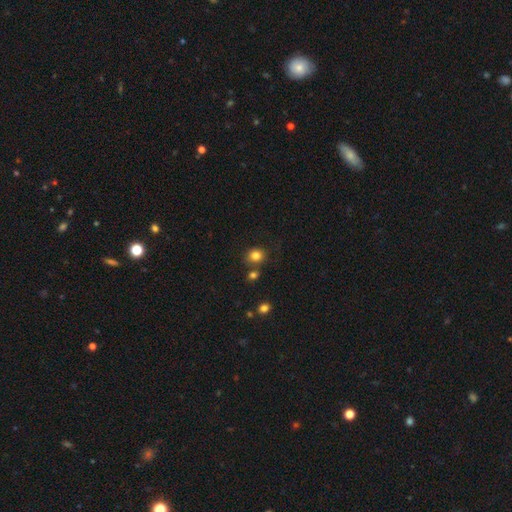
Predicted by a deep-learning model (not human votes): This appears to be a smooth galaxy with no disk features (82%) that is round (71%). Merging: none (74%).